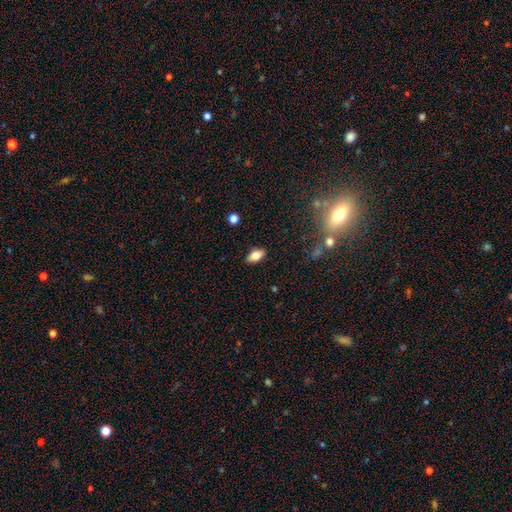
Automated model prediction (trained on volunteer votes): Morphology: type=smooth (73%); roundness=in between (88%); merging=none (87%).